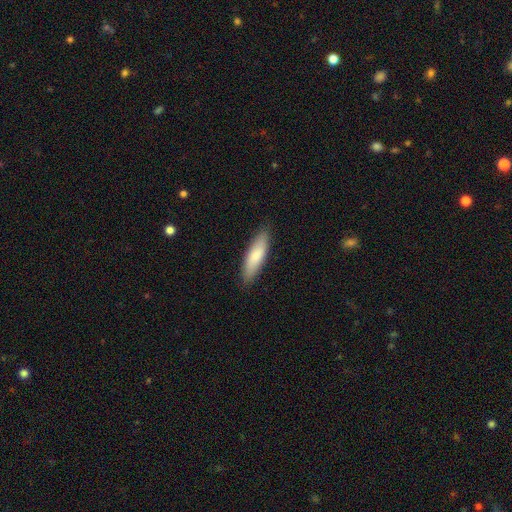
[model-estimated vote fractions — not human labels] smooth 82%, featured or disk 13%, star or artifact 5%. Down the decision tree: how rounded — cigar-shaped (58%); merging — none (87%).